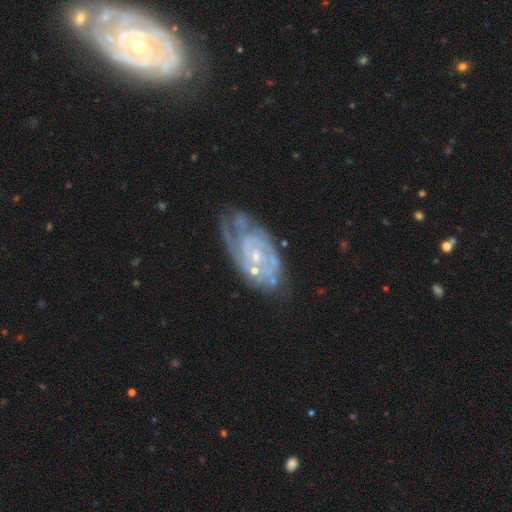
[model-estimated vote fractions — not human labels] featured or disk 86%, smooth 8%, star or artifact 6%. Down the decision tree: edge-on disk — no (96%); bar — no (63%); spiral arms — yes (93%); spiral arm count — 2 (41%); spiral winding — tight (63%); bulge size — small (71%); merging — none (56%).